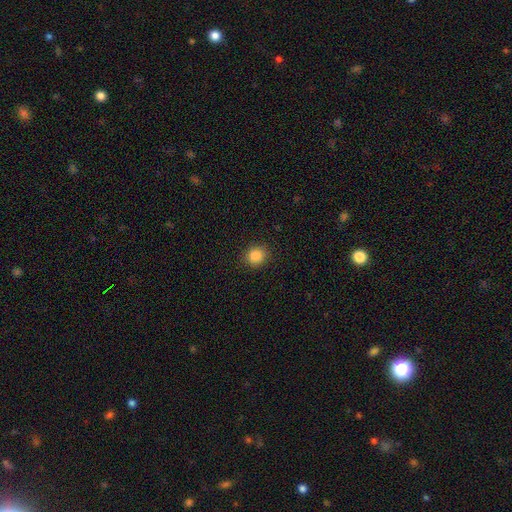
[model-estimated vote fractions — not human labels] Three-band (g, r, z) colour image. It shows a smooth galaxy with no disk features (86%) that is round (84%). Merging: none (89%).